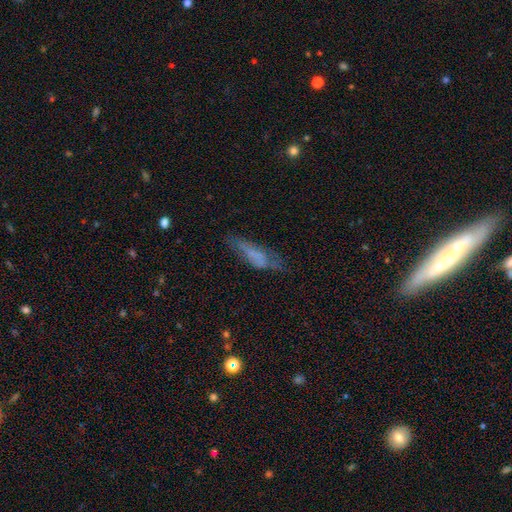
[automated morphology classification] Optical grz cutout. It shows a smooth galaxy with no disk features (52%) that is cigar-shaped (55%). Merging: none (48%).